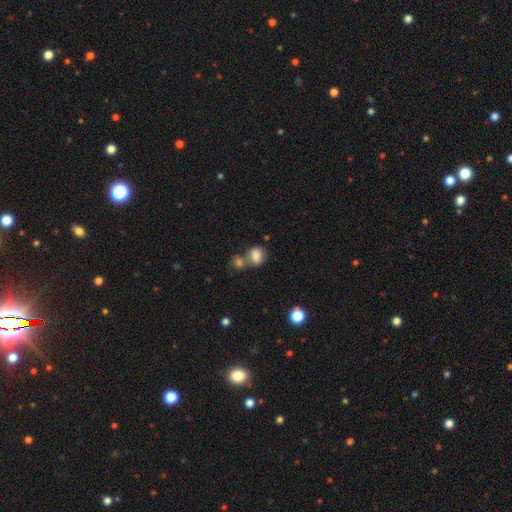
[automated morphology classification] smooth 79%, featured or disk 11%, star or artifact 10%. Down the decision tree: how rounded — in between (56%); merging — merger (46%).